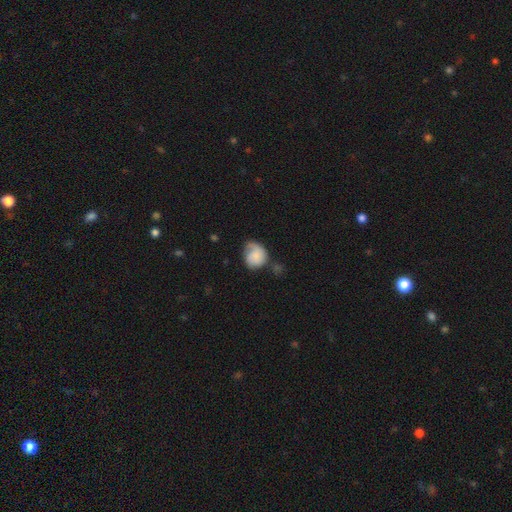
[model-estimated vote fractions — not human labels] Morphology: type=smooth (64%); roundness=round (66%); merging=none (38%).